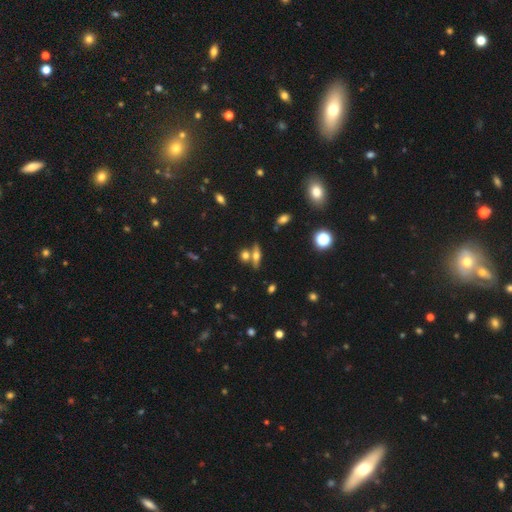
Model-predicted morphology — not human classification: type=featured or disk (47%); merging=none (64%).